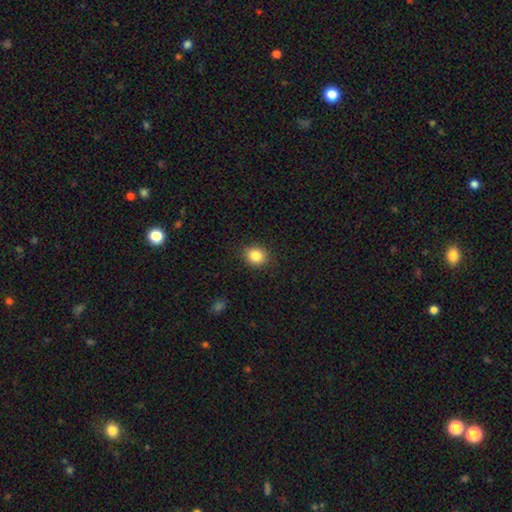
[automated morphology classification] The model was most divided on "how rounded": round: 69%, in between: 30%, cigar-shaped: 1%. More confident: merging — none (89%); smooth or featured — smooth (85%).